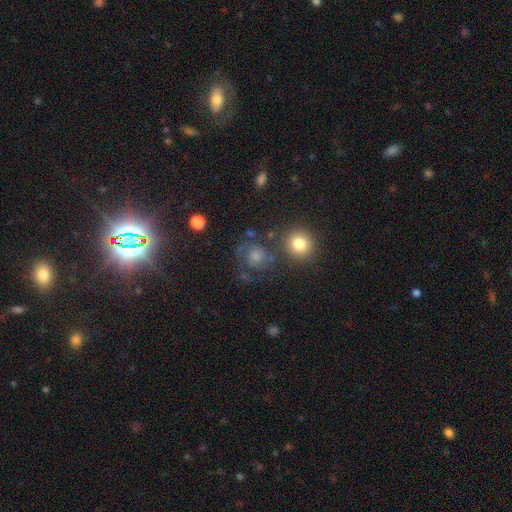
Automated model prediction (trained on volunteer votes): Smooth or featured?
  - featured or disk: 37% *
  - smooth: 34%
  - star or artifact: 29%
Merging?
  - none: 65% *
  - minor disturbance: 15%
  - major disturbance: 13%
  - merger: 7%